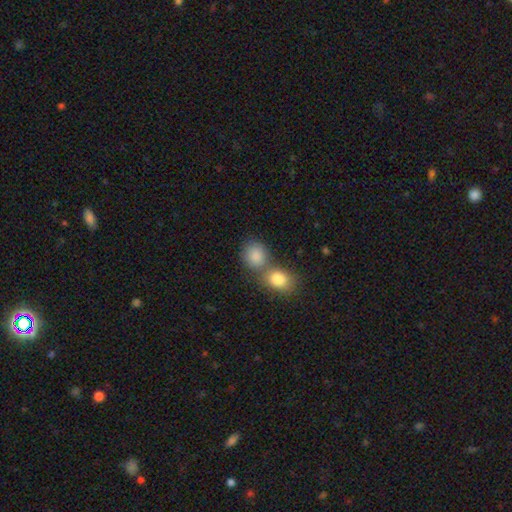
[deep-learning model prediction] A smooth galaxy with no disk features (86%) that is round (64%). Merging: merger (45%).